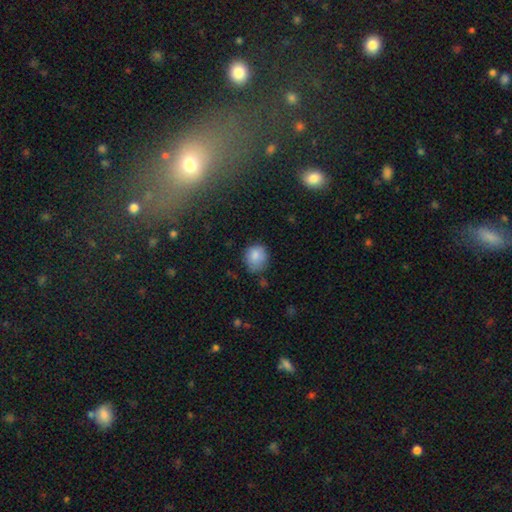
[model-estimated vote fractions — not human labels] Overall: smooth (83%). How rounded: round (76%). Merging: none (68%).